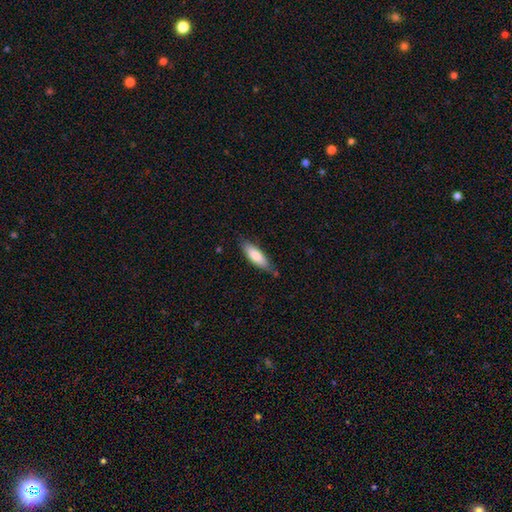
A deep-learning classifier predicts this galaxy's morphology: Smooth or featured?
  - smooth: 78% *
  - featured or disk: 16%
  - star or artifact: 6%
How rounded?
  - in between: 54% *
  - cigar-shaped: 44%
  - round: 2%
Merging?
  - none: 74% *
  - minor disturbance: 19%
  - major disturbance: 3%
  - merger: 3%